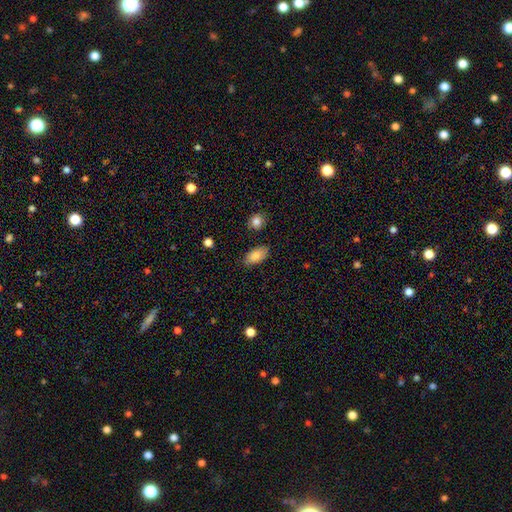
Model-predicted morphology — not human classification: Q: Smooth or featured?
A: smooth (84%); runner-up: featured or disk (9%)
Q: How rounded?
A: in between (93%); runner-up: round (4%)
Q: Merging?
A: none (80%); runner-up: minor disturbance (15%)